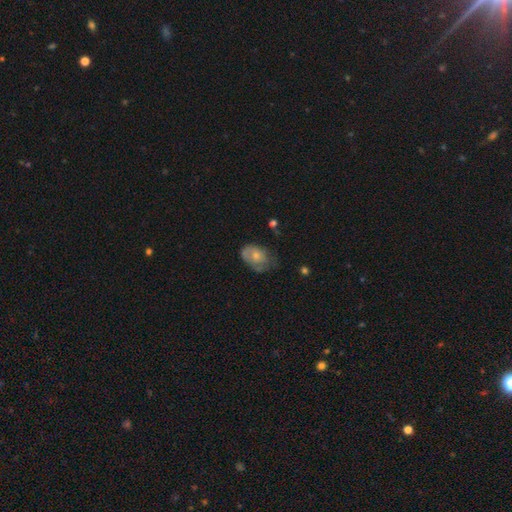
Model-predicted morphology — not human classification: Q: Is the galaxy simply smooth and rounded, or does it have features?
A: smooth — 57%.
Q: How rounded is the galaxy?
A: in between — 78%.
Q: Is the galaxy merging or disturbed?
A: none — 42%.